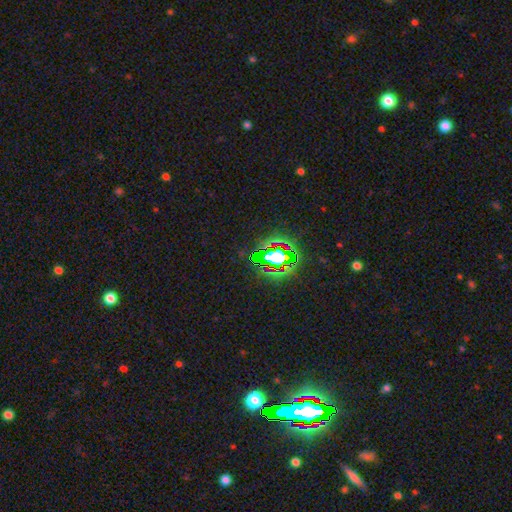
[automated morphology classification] A star or artifact, not a galaxy (78%).

Vote fractions:
- Smooth or featured? star or artifact: 78% / smooth: 13% / featured or disk: 9%